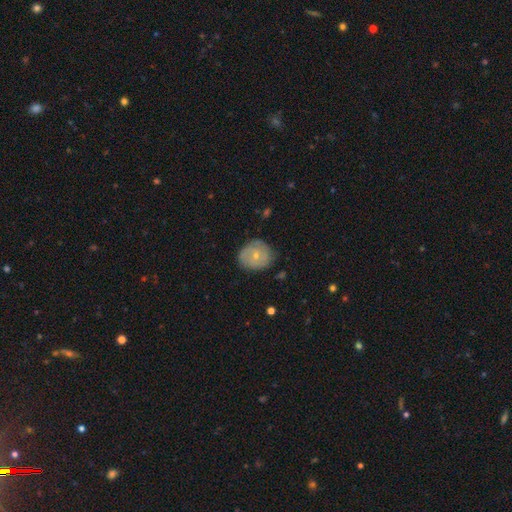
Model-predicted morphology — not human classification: Smooth or featured? Predicted: smooth (p=0.54). How rounded? Predicted: round (p=0.77). Merging? Predicted: none (p=0.73).